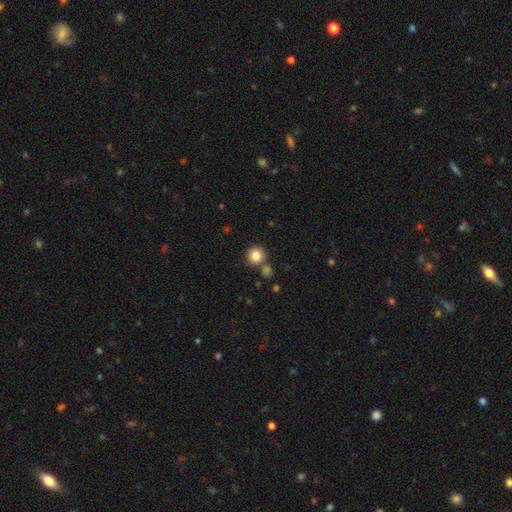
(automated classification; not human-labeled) A smooth galaxy with no disk features (83%) that is round (92%). Merging: none (75%).